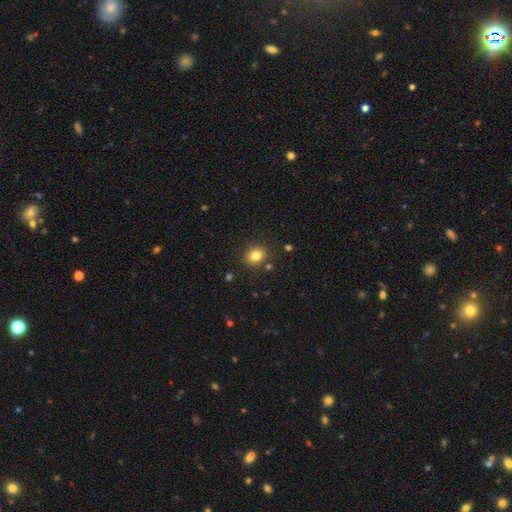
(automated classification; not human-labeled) smooth 81%, star or artifact 11%, featured or disk 7%. Down the decision tree: how rounded — round (66%); merging — none (86%).